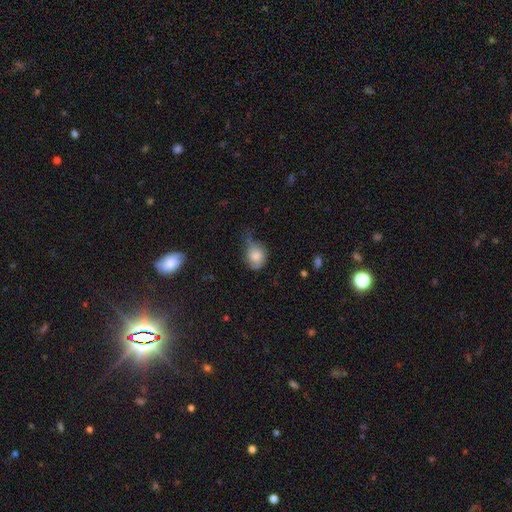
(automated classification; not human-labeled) smooth 76%, featured or disk 15%, star or artifact 8%. Down the decision tree: how rounded — round (58%); merging — minor disturbance (43%).